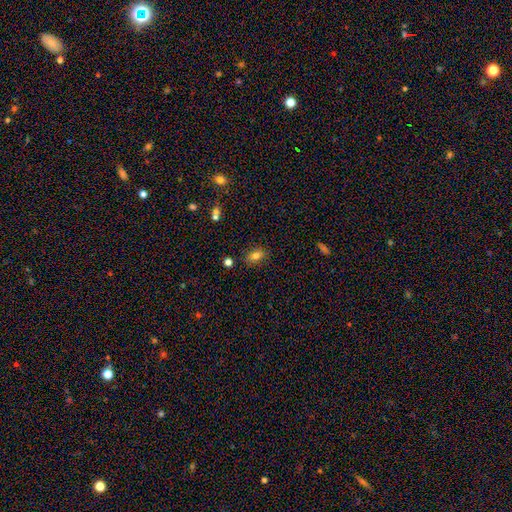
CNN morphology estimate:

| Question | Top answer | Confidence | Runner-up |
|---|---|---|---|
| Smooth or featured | smooth | 77% | star or artifact (12%) |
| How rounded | in between | 75% | round (22%) |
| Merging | none | 84% | minor disturbance (11%) |